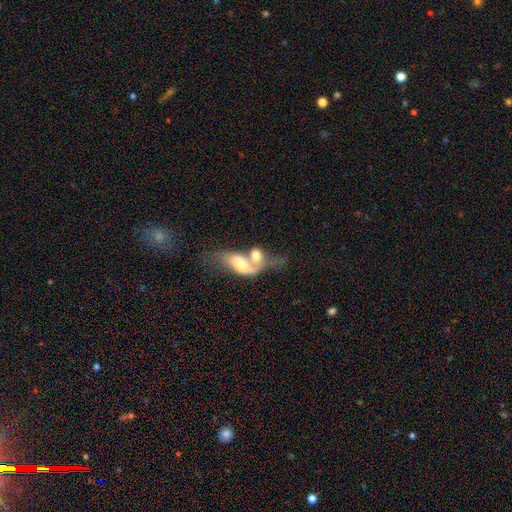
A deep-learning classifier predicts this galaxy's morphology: type=featured or disk (51%); edge-on=no (90%); merging=merger (76%).